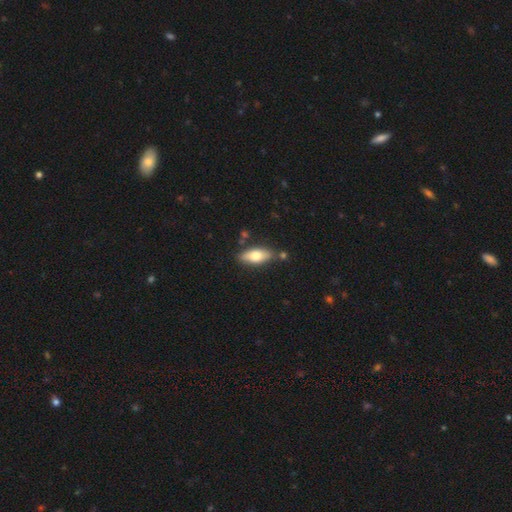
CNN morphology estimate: Overall: smooth (72%). How rounded: in between (75%). Merging: none (79%).